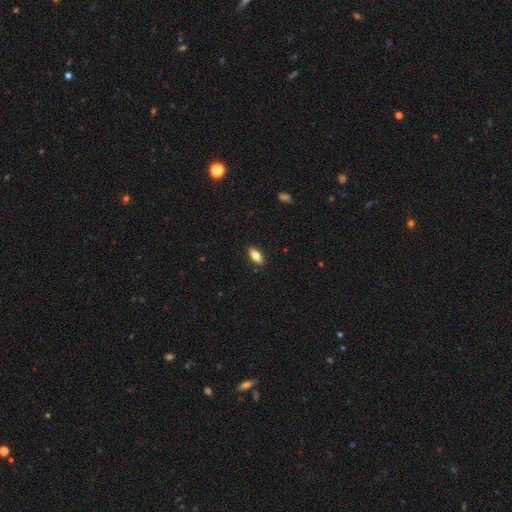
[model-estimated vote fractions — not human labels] Overall: smooth (77%). How rounded: in between (85%). Merging: none (89%).